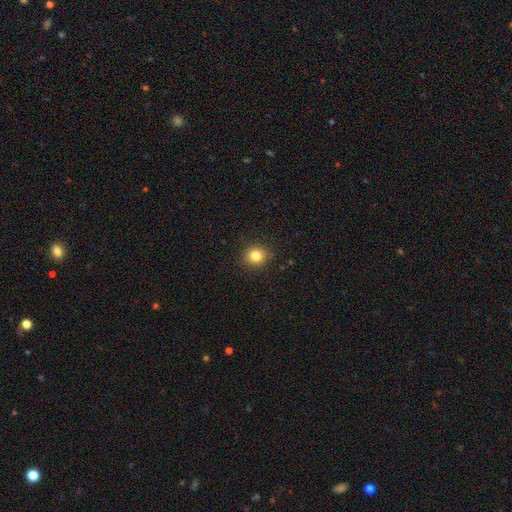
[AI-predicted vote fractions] The model was most divided on "smooth or featured": smooth: 82%, star or artifact: 12%, featured or disk: 6%. More confident: merging — none (89%); how rounded — round (86%).